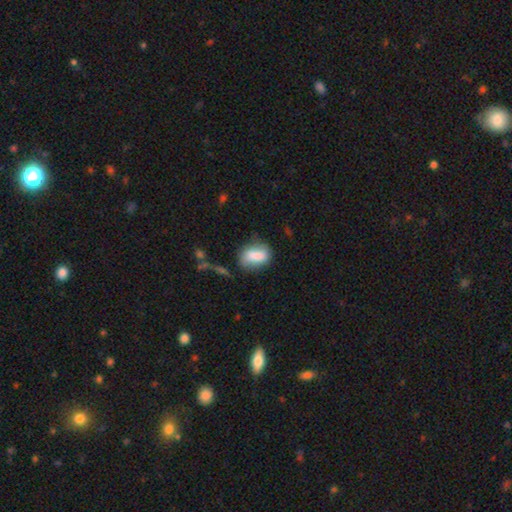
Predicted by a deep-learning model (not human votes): The model was most divided on "merging": none: 67%, minor disturbance: 21%, major disturbance: 7%, merger: 4%. More confident: smooth or featured — smooth (80%); how rounded — in between (76%).